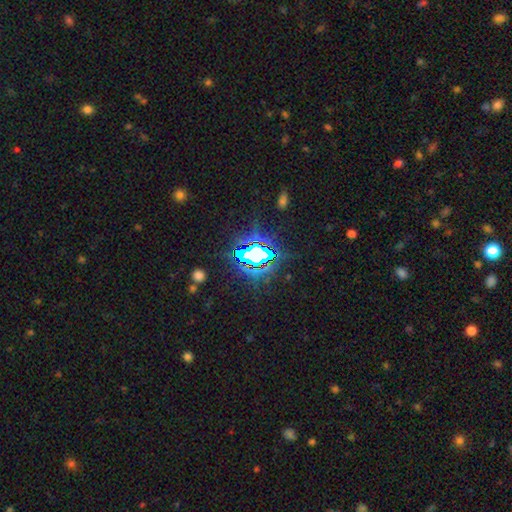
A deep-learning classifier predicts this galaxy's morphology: Overall: star or artifact (76%).